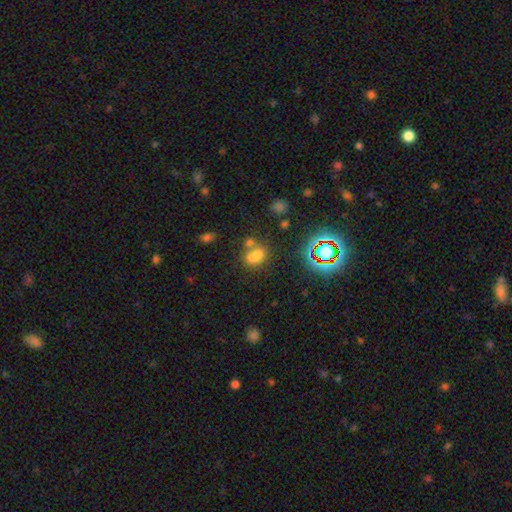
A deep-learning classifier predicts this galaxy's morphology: Q: Smooth or featured?
A: smooth (63%); runner-up: star or artifact (23%)
Q: How rounded?
A: in between (57%); runner-up: round (41%)
Q: Merging?
A: merger (41%); runner-up: none (39%)